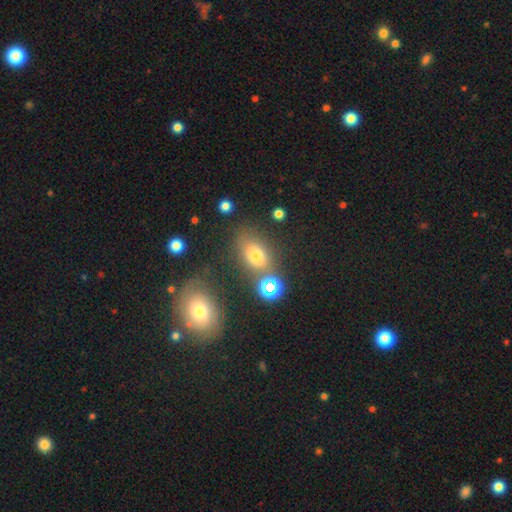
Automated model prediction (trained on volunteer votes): Smooth or featured? smooth (66%)
How rounded? in between (70%)
Merging? none (66%)